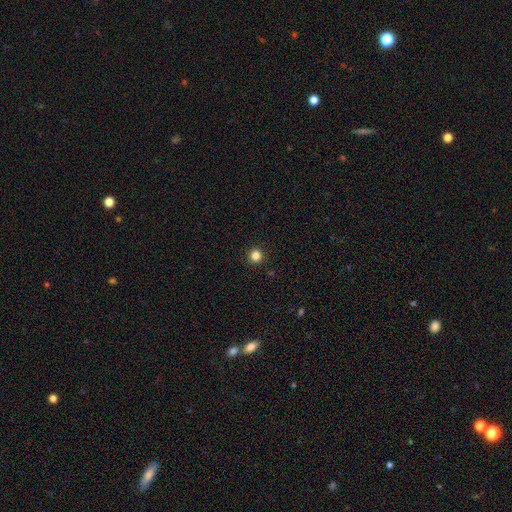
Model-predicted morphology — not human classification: Smooth or featured: smooth — 83% (star or artifact — 13%)
How rounded: round — 96% (in between — 3%)
Merging: none — 94% (minor disturbance — 4%)